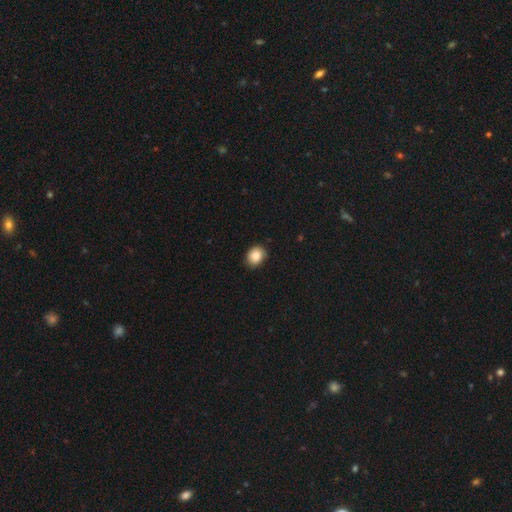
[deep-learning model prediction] smooth_or_featured: smooth (p=0.86) [alt: star or artifact p=0.08]
how_rounded: round (p=0.56) [alt: in between p=0.44]
merging: none (p=0.79) [alt: minor disturbance p=0.17]